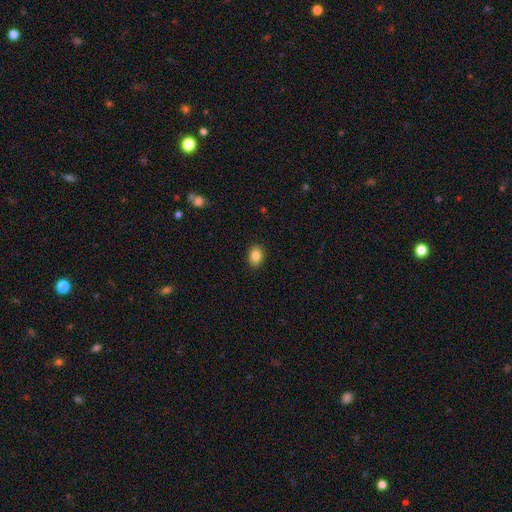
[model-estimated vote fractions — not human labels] Q: Smooth or featured?
A: smooth (86%); runner-up: star or artifact (9%)
Q: How rounded?
A: in between (76%); runner-up: round (23%)
Q: Merging?
A: none (89%); runner-up: minor disturbance (8%)